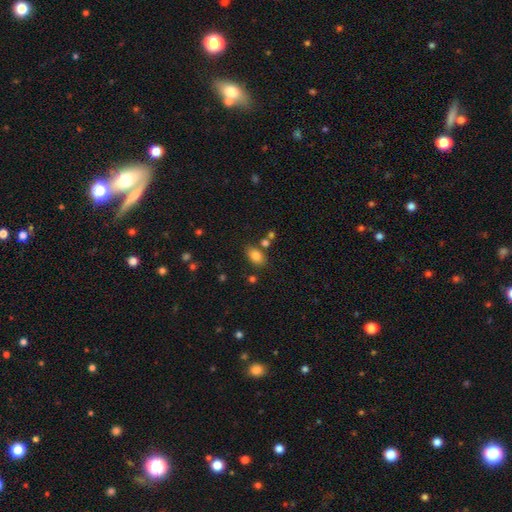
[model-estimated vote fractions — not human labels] smooth 81%, star or artifact 10%, featured or disk 9%. Down the decision tree: how rounded — in between (84%); merging — none (74%).